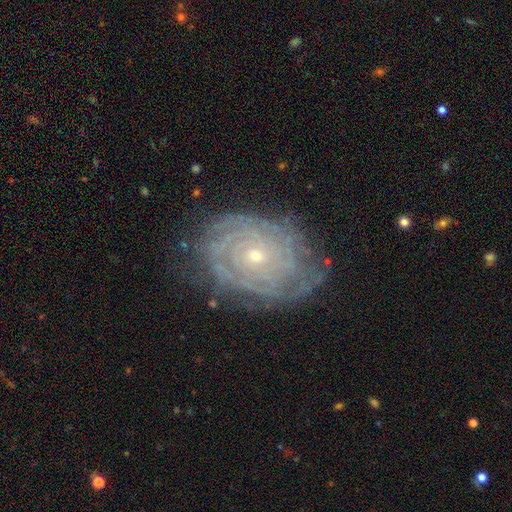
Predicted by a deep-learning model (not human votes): Smooth or featured?
  - featured or disk: 84% *
  - smooth: 9%
  - star or artifact: 7%
Edge-on disk?
  - no: 96% *
  - yes: 4%
Bar?
  - no: 82% *
  - weak: 14%
  - strong: 4%
Spiral arms?
  - yes: 93% *
  - no: 7%
Spiral winding?
  - tight: 84% *
  - medium: 13%
  - loose: 3%
Spiral arm count?
  - can't tell: 41% *
  - 4: 15%
  - more than 4: 13%
  - 2: 13%
  - 3: 12%
  - 1: 6%
Bulge size?
  - small: 73% *
  - moderate: 24%
  - large: 1%
  - none: 1%
  - dominant: 1%
Merging?
  - none: 75% *
  - minor disturbance: 18%
  - major disturbance: 6%
  - merger: 1%